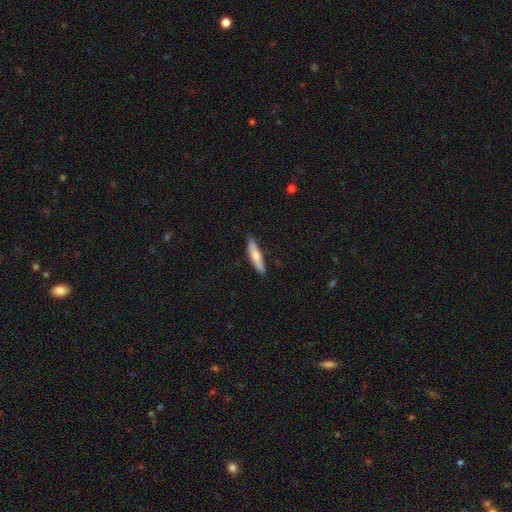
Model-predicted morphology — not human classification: A smooth galaxy with no disk features (69%) that is cigar-shaped (81%). Merging: none (87%).